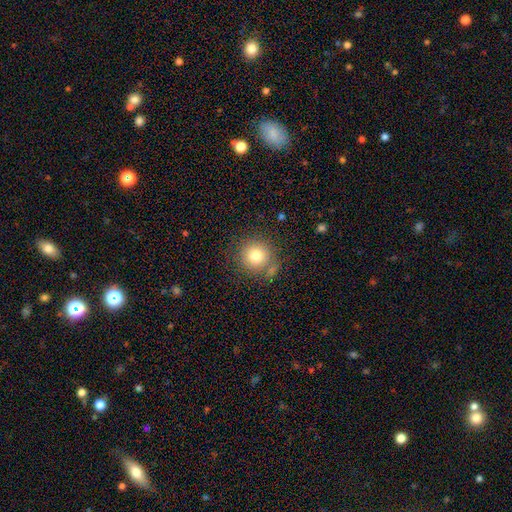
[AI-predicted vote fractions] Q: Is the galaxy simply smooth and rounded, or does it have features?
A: smooth — 78%.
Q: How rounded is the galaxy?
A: round — 93%.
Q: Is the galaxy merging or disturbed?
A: none — 74%.